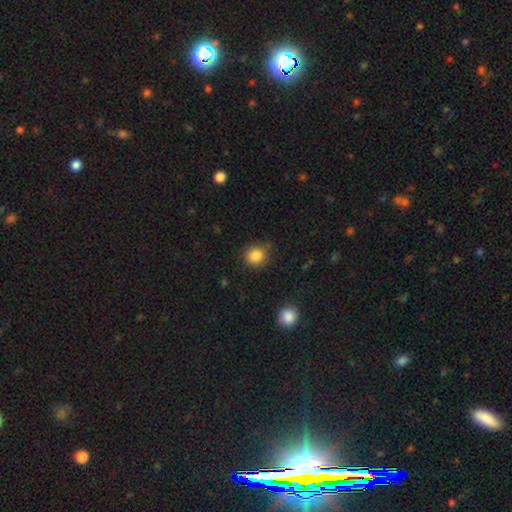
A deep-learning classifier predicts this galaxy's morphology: smooth_or_featured: smooth (p=0.86) [alt: star or artifact p=0.10]
how_rounded: round (p=0.85) [alt: in between p=0.14]
merging: none (p=0.83) [alt: minor disturbance p=0.12]